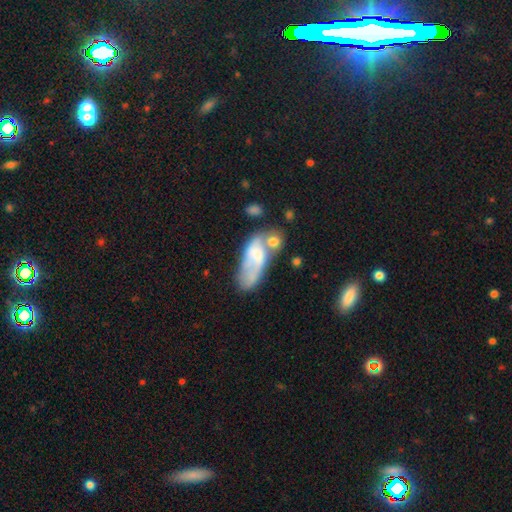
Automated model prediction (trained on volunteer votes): Smooth or featured? Predicted: featured or disk (p=0.47). Merging? Predicted: merger (p=0.34).